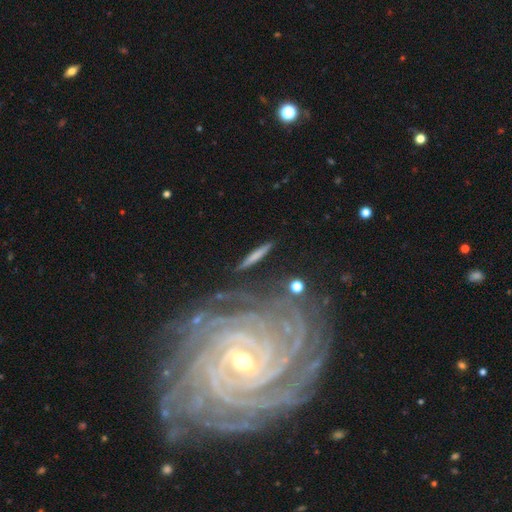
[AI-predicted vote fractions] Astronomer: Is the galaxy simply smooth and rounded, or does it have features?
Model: smooth — 58% (runner-up: featured or disk, 35%).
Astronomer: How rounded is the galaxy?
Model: cigar-shaped — 93%.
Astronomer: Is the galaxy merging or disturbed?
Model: none — 84%.